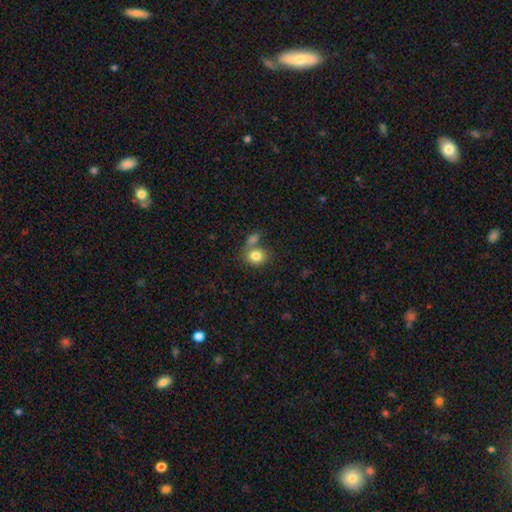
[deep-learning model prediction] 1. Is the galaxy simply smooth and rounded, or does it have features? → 81% smooth, 10% featured or disk, 9% star or artifact.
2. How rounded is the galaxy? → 55% round, 44% in between, 1% cigar-shaped.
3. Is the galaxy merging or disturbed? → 42% merger (tied), 42% none (tied), 11% minor disturbance, 6% major disturbance.